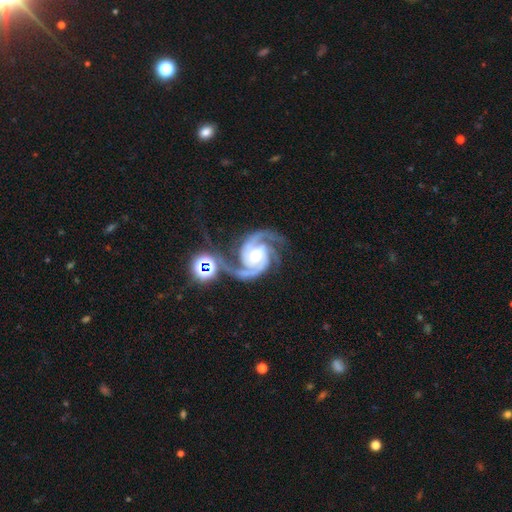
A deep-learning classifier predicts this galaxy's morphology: The model was most divided on "spiral arm count": 2: 47%, 3: 39%, 4: 5%, can't tell: 4%, 1: 3%, more than 4: 3%. Remaining: spiral arms — yes (99%); edge-on disk — no (98%); smooth or featured — featured or disk (93%); merging — none (57%); spiral winding — medium (54%); bulge size — moderate (52%); bar — no (49%).